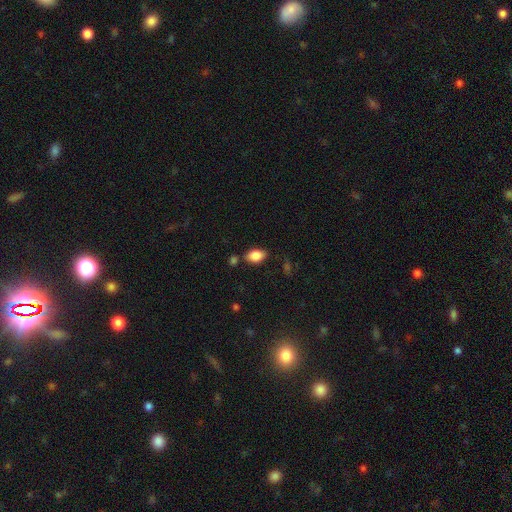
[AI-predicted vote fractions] smooth_or_featured: smooth (p=0.86) [alt: star or artifact p=0.08]
how_rounded: in between (p=0.90) [alt: round p=0.08]
merging: none (p=0.75) [alt: minor disturbance p=0.14]